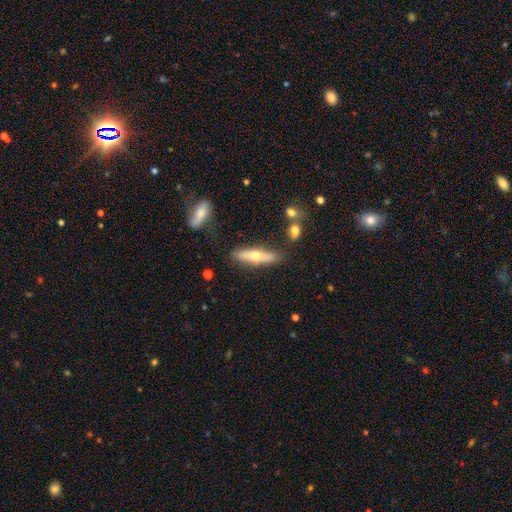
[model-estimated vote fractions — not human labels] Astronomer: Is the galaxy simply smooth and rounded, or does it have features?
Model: featured or disk — 51% (runner-up: smooth, 43%).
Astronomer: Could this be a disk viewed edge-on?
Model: yes — 89%.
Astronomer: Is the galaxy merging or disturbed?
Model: none — 81%.